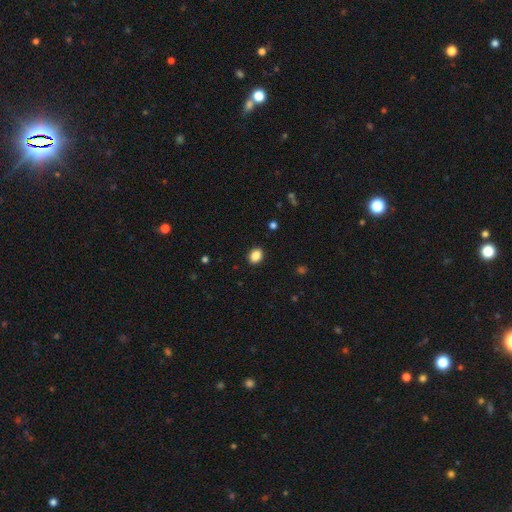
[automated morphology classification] Smooth or featured: smooth — 87% (star or artifact — 9%)
How rounded: in between — 59% (round — 40%)
Merging: none — 91% (minor disturbance — 7%)